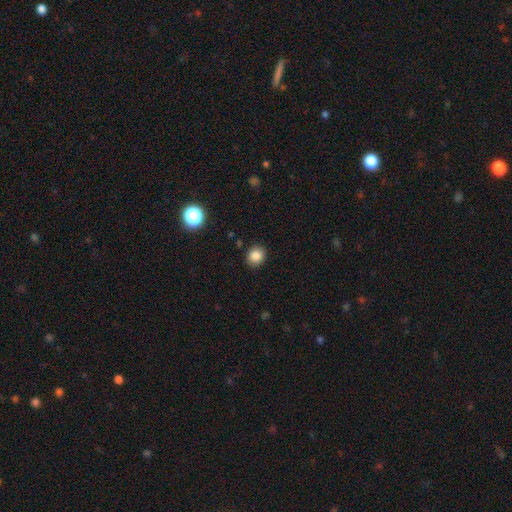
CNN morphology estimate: type=smooth (85%); roundness=round (77%); merging=none (89%).